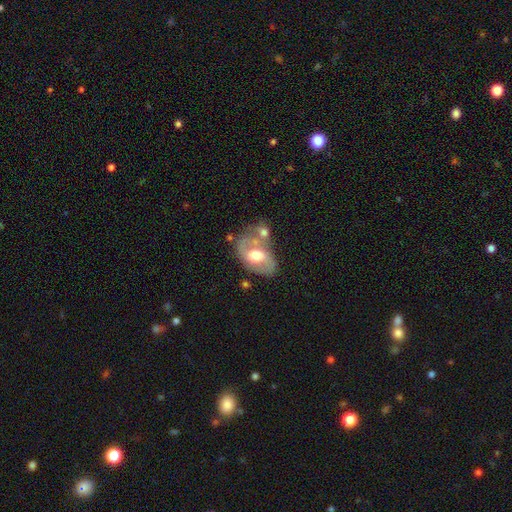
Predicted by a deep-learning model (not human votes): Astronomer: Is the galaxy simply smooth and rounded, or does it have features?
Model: featured or disk — 60%.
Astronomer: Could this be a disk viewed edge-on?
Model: no — 95%.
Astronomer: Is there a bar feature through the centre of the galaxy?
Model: no — 48% (runner-up: weak, 38%).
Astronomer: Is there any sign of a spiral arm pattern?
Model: yes — 58% (runner-up: no, 42%).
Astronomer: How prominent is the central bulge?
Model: moderate — 71%.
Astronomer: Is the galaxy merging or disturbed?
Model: none — 39% (runner-up: merger, 29%).